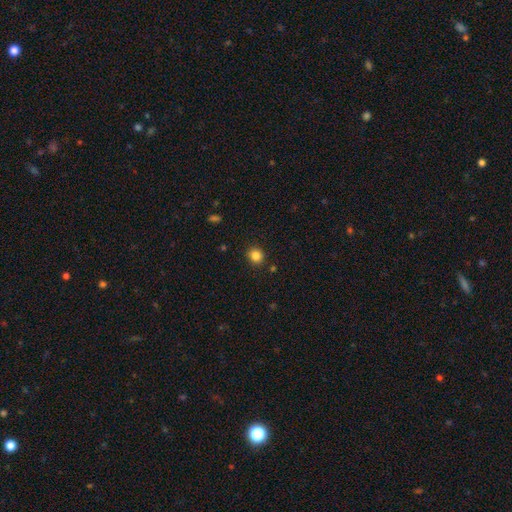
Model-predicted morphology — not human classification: A smooth galaxy with no disk features (83%) that is round (82%).

Vote fractions:
- Smooth or featured? smooth: 83% / star or artifact: 12% / featured or disk: 5%
- How rounded? round: 82% / in between: 17% / cigar-shaped: 1%
- Merging? none: 90% / minor disturbance: 7% / major disturbance: 2% / merger: 2%